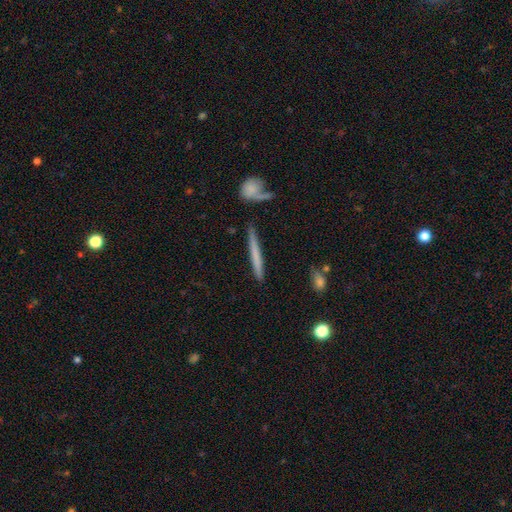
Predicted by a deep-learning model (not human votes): smooth-or-featured: smooth: 61% | featured or disk: 33% | star or artifact: 6%
  how-rounded: cigar-shaped: 96% | in between: 2% | round: 2%
  merging: none: 85% | minor disturbance: 9% | merger: 3% | major disturbance: 2%